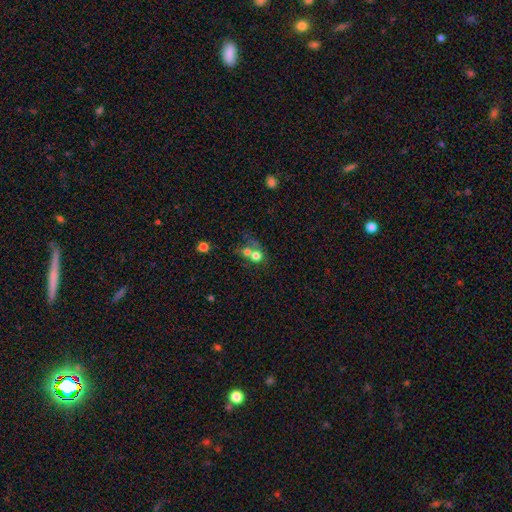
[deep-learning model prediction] Smooth or featured: smooth — 66% (featured or disk — 20%)
How rounded: round — 75% (in between — 23%)
Merging: merger — 59% (none — 27%)